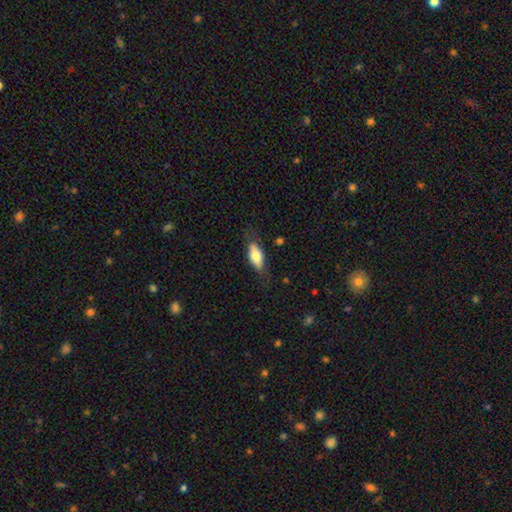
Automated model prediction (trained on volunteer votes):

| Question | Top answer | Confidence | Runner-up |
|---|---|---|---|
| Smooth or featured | smooth | 71% | featured or disk (23%) |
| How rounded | in between | 82% | cigar-shaped (15%) |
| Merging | none | 73% | minor disturbance (20%) |